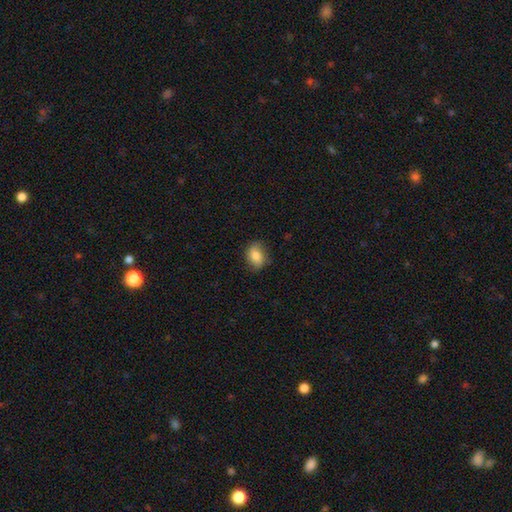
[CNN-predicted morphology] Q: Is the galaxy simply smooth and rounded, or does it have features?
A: smooth — 82%.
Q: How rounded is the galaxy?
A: in between — 70%.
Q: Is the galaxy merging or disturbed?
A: none — 79%.